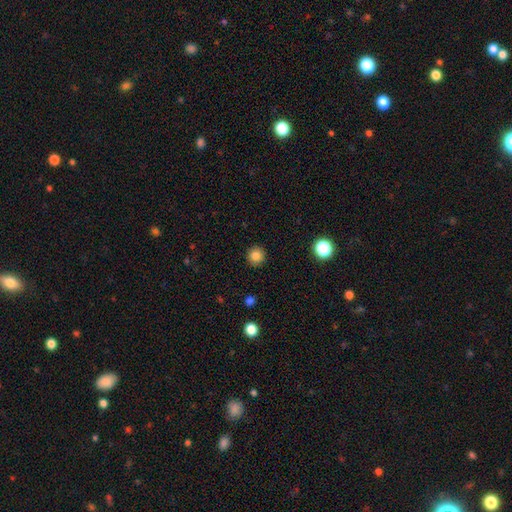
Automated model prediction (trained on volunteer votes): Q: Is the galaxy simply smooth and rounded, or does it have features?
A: smooth — 84%.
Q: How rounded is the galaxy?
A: round — 94%.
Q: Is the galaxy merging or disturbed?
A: none — 92%.